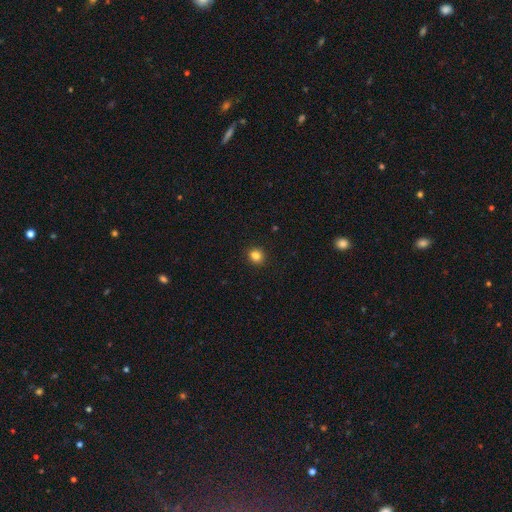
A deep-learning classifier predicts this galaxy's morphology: A smooth galaxy with no disk features (84%) that is round (82%).

Vote fractions:
- Smooth or featured? smooth: 84% / star or artifact: 12% / featured or disk: 4%
- How rounded? round: 82% / in between: 17% / cigar-shaped: 1%
- Merging? none: 92% / minor disturbance: 5% / major disturbance: 2% / merger: 1%